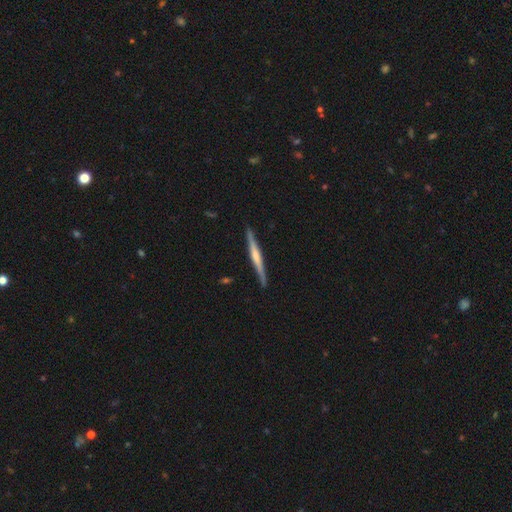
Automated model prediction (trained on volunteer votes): smooth-or-featured: featured or disk: 73% | smooth: 22% | star or artifact: 5%
  disk-edge-on: yes: 98% | no: 2%
    edge-on-bulge: rounded: 66% | none: 20% | boxy: 14%
  merging: none: 91% | minor disturbance: 6% | major disturbance: 1% | merger: 1%